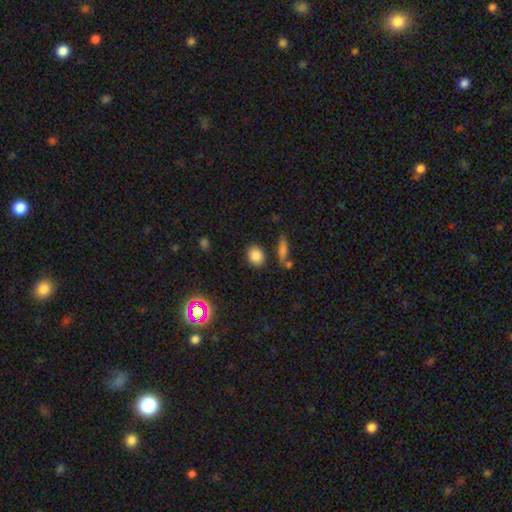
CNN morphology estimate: Smooth or featured? Predicted: smooth (p=0.82). How rounded? Predicted: round (p=0.55). Merging? Predicted: none (p=0.81).